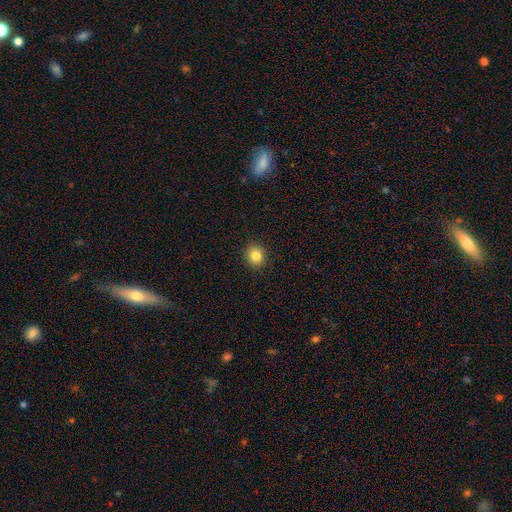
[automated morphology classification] Smooth or featured? Predicted: smooth (p=0.84). How rounded? Predicted: round (p=0.87). Merging? Predicted: none (p=0.92).